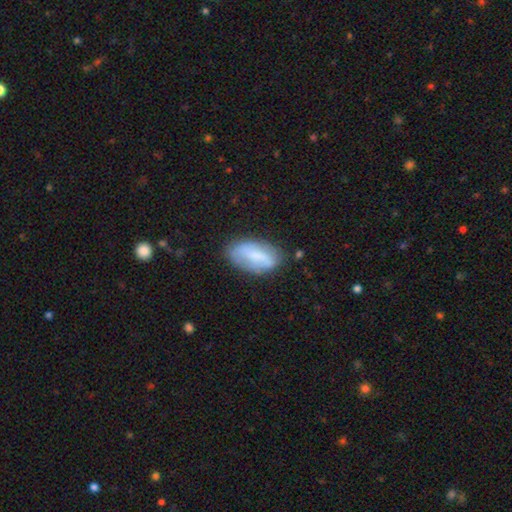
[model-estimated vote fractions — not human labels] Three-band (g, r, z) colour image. It shows a smooth galaxy with no disk features (61%) that is in between round and cigar-shaped (91%). Merging: none (68%).